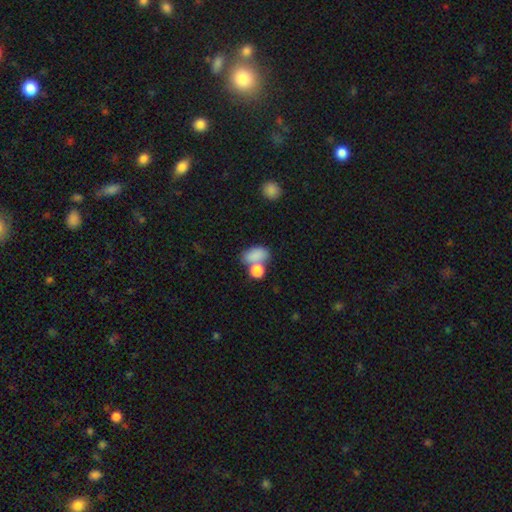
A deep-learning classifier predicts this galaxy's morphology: Q: Smooth or featured?
A: smooth (82%); runner-up: star or artifact (10%)
Q: How rounded?
A: in between (82%); runner-up: round (16%)
Q: Merging?
A: merger (41%); runner-up: none (39%)